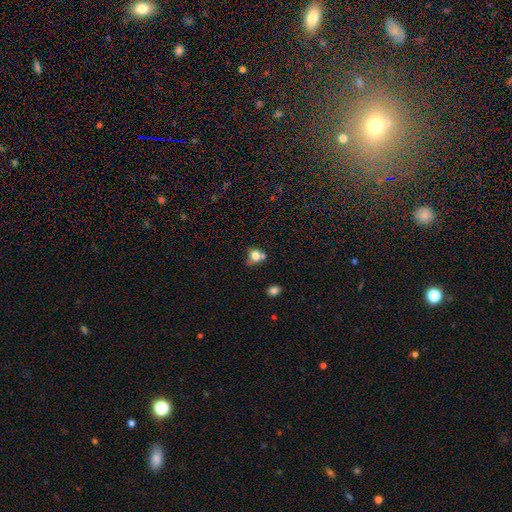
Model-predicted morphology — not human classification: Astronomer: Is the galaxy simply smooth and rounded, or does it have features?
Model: smooth — 75%.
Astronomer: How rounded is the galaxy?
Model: round — 70%.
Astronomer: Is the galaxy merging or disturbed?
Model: none — 46% (runner-up: merger, 26%).